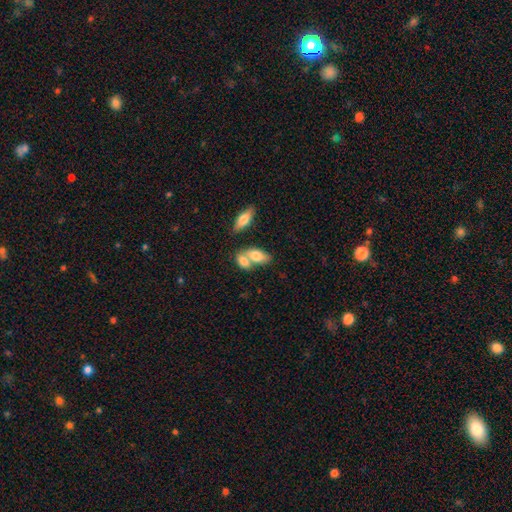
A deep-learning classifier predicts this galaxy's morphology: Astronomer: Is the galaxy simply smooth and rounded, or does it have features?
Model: smooth — 75%.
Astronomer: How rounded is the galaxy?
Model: in between — 87%.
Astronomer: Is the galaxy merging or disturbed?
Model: merger — 57%.